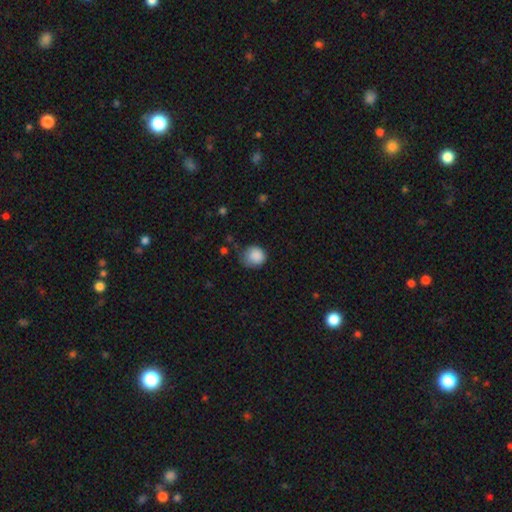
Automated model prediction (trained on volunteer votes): This appears to be a smooth galaxy with no disk features (87%) that is round (83%). Merging: none (55%).